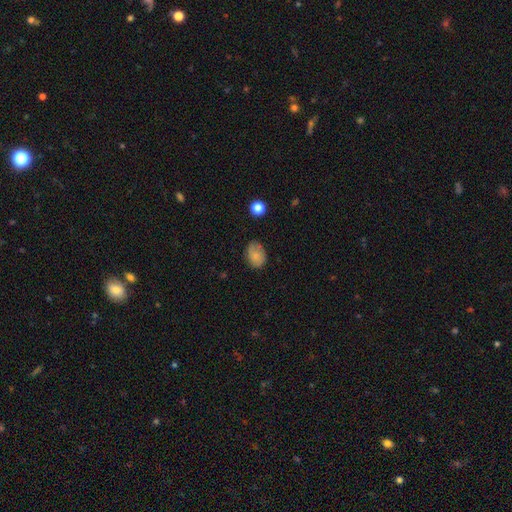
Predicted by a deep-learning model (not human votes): smooth-or-featured: smooth: 74% | featured or disk: 17% | star or artifact: 9%
  how-rounded: in between: 72% | round: 27% | cigar-shaped: 1%
  merging: none: 71% | minor disturbance: 22% | major disturbance: 5% | merger: 2%